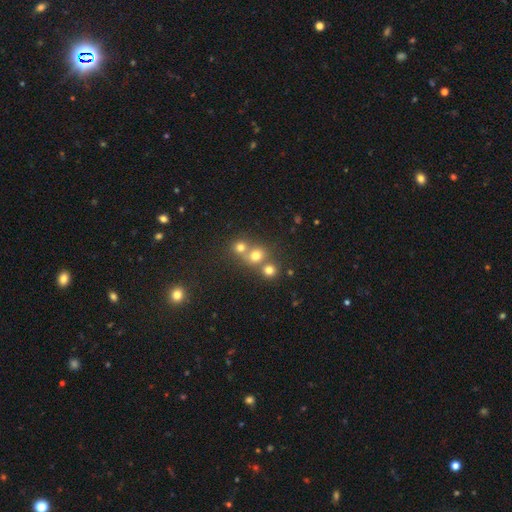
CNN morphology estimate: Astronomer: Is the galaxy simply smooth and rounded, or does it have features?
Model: smooth — 72%.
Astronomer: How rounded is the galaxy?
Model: round — 83%.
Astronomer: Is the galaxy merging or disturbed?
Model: none — 48% (runner-up: merger, 44%).